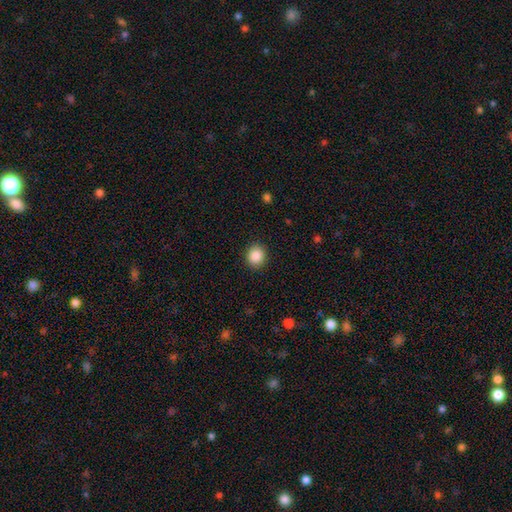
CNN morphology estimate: The model was most divided on "how rounded": round: 82%, in between: 17%, cigar-shaped: 1%. More confident: merging — none (91%); smooth or featured — smooth (88%).